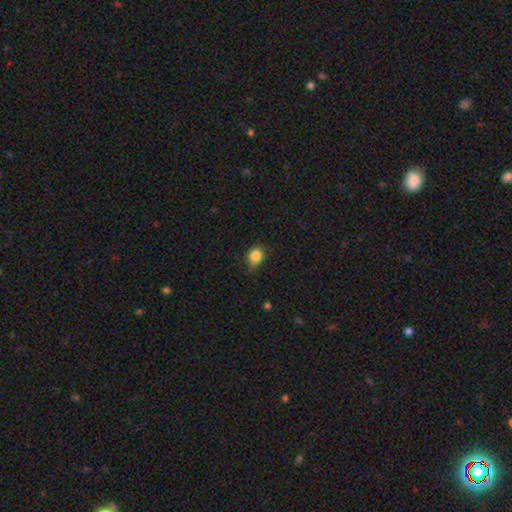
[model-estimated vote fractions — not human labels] A smooth galaxy with no disk features (83%) that is round (57%).

Vote fractions:
- Smooth or featured? smooth: 83% / star or artifact: 10% / featured or disk: 6%
- How rounded? round: 57% / in between: 42% / cigar-shaped: 1%
- Merging? none: 60% / minor disturbance: 32% / major disturbance: 6% / merger: 1%